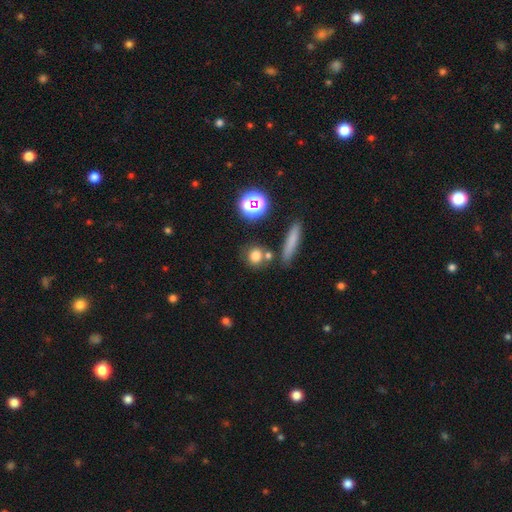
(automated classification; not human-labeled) Morphology: type=smooth (75%); roundness=round (80%); merging=none (72%).